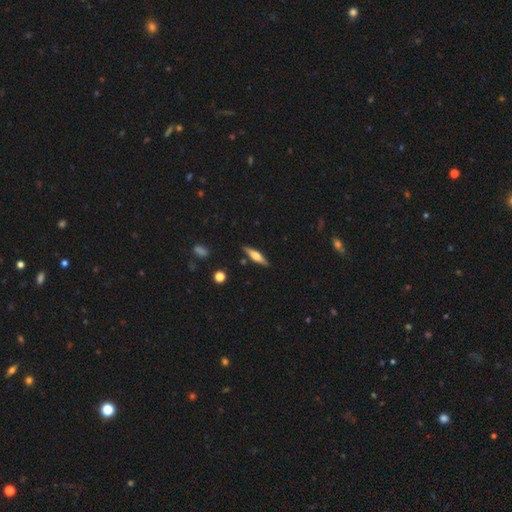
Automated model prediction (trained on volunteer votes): Overall: featured or disk (55%; smooth 38%). Edge-on disk: yes (95%). Edge-on bulge: rounded (82%). Merging: none (86%).